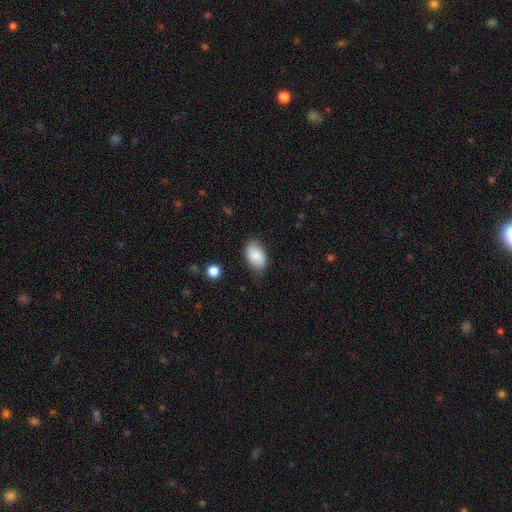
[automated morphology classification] A smooth galaxy with no disk features (82%) that is in between round and cigar-shaped (91%).

Vote fractions:
- Smooth or featured? smooth: 82% / featured or disk: 11% / star or artifact: 7%
- How rounded? in between: 91% / round: 7% / cigar-shaped: 1%
- Merging? none: 76% / minor disturbance: 19% / major disturbance: 4% / merger: 1%